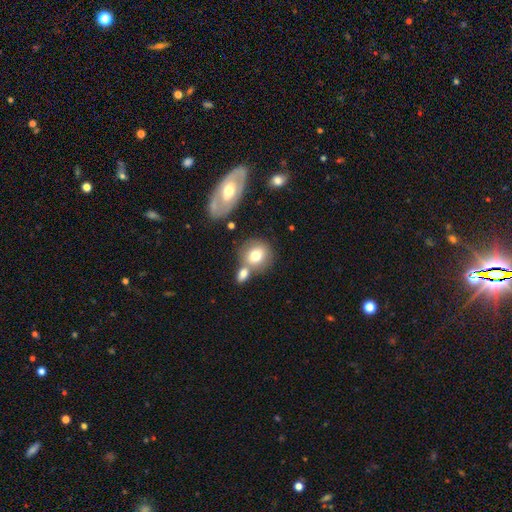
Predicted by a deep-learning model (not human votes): Morphology: type=smooth (73%); roundness=round (76%); merging=none (50%).